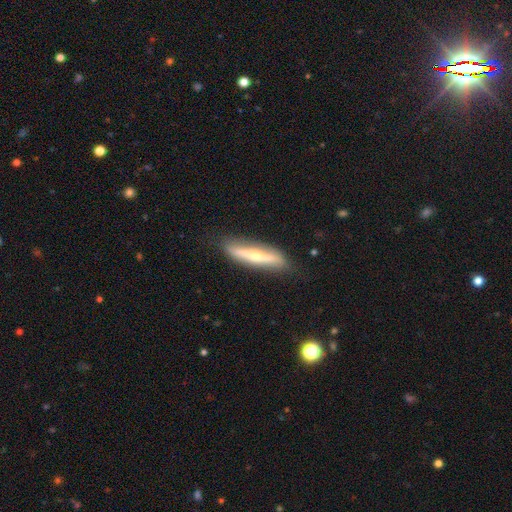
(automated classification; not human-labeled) A featured or disk galaxy (60%) viewed edge-on (82%).

Vote fractions:
- Smooth or featured? featured or disk: 60% / smooth: 34% / star or artifact: 6%
- Edge-on disk? yes: 82% / no: 18%
- Merging? none: 83% / minor disturbance: 13% / major disturbance: 3% / merger: 2%